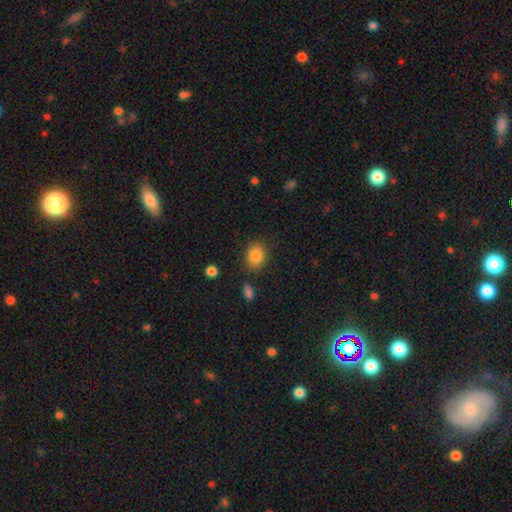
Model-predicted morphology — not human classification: A smooth galaxy with no disk features (85%) that is round (52%).

Vote fractions:
- Smooth or featured? smooth: 85% / star or artifact: 9% / featured or disk: 6%
- How rounded? round: 52% / in between: 47% / cigar-shaped: 1%
- Merging? none: 81% / minor disturbance: 12% / major disturbance: 4% / merger: 3%